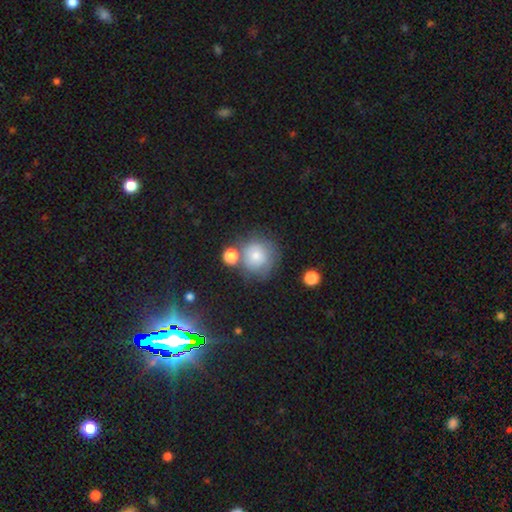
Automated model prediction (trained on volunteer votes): Smooth or featured?
  - smooth: 70% *
  - featured or disk: 19%
  - star or artifact: 11%
How rounded?
  - round: 90% *
  - in between: 9%
  - cigar-shaped: 1%
Merging?
  - none: 56% *
  - minor disturbance: 18%
  - merger: 17%
  - major disturbance: 9%